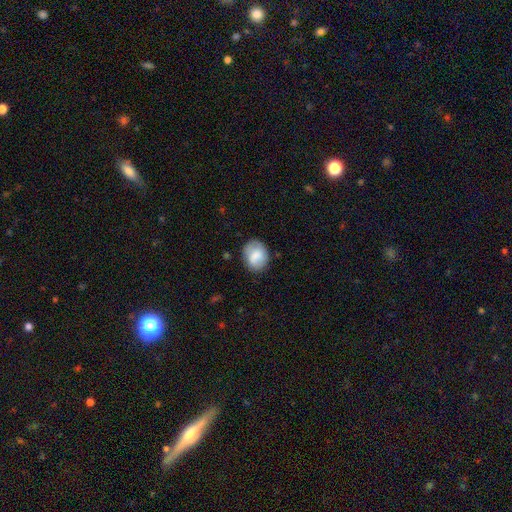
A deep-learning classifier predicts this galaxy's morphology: A smooth galaxy with no disk features (78%) that is in between round and cigar-shaped (54%). Merging: none (74%).